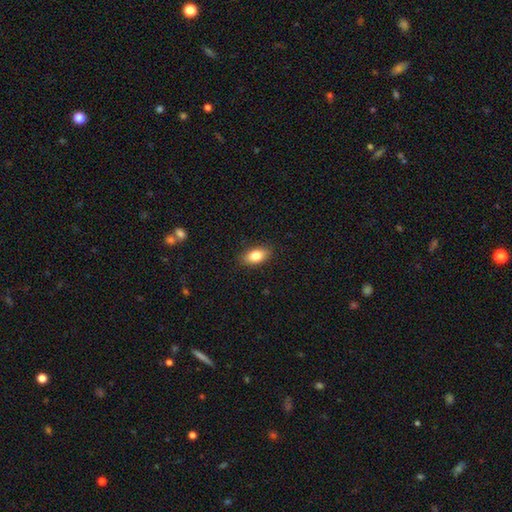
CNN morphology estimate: The model was most divided on "smooth or featured": smooth: 81%, featured or disk: 11%, star or artifact: 8%. More confident: merging — none (88%); how rounded — in between (88%).